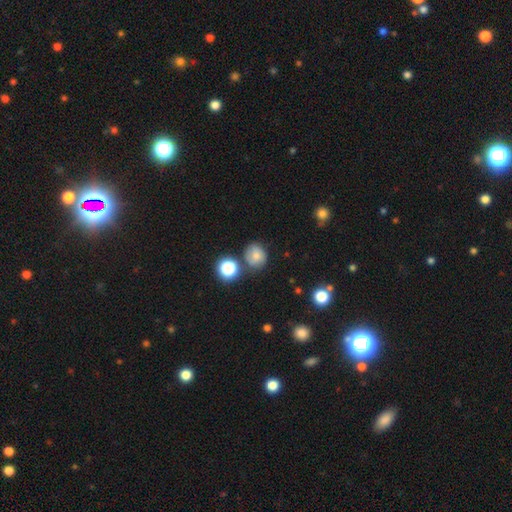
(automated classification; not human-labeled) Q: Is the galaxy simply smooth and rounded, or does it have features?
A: smooth — 68%.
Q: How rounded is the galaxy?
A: round — 75%.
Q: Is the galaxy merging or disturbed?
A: none — 67%.